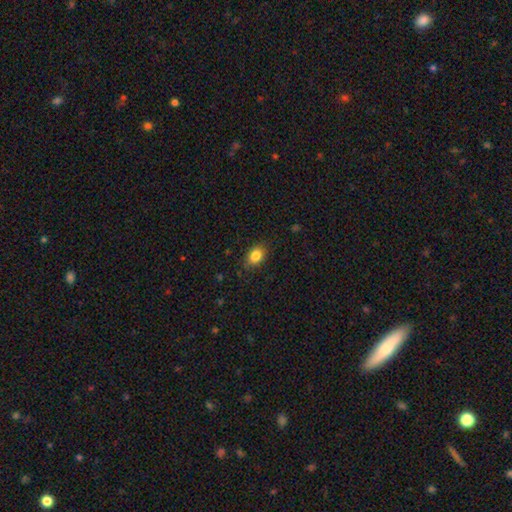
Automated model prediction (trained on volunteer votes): A smooth galaxy with no disk features (85%) that is in between round and cigar-shaped (75%). Merging: none (84%).